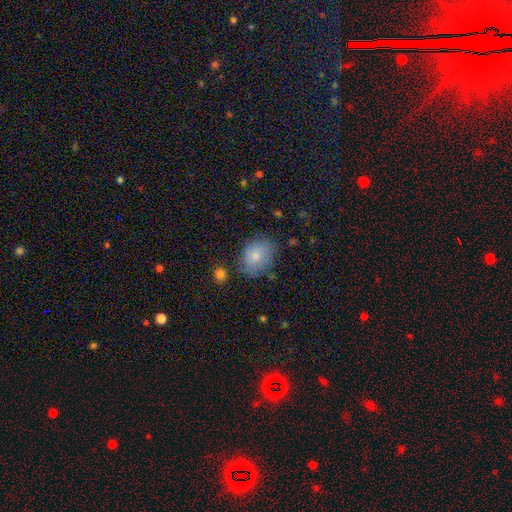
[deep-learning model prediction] Smooth or featured? smooth (80%)
How rounded? in between (63%)
Merging? none (65%)